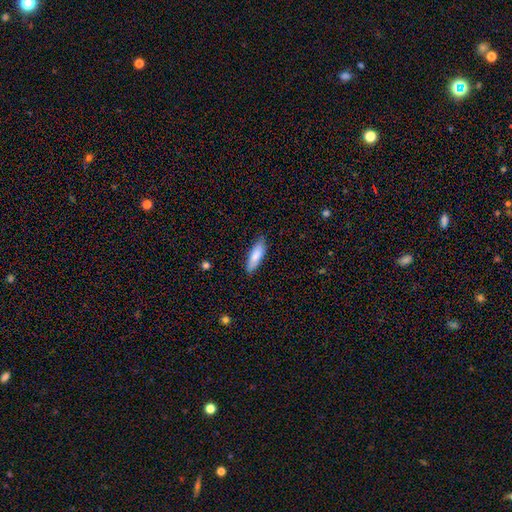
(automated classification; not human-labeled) smooth 82%, featured or disk 12%, star or artifact 5%. Down the decision tree: how rounded — cigar-shaped (49%, tied with in between); merging — none (83%).